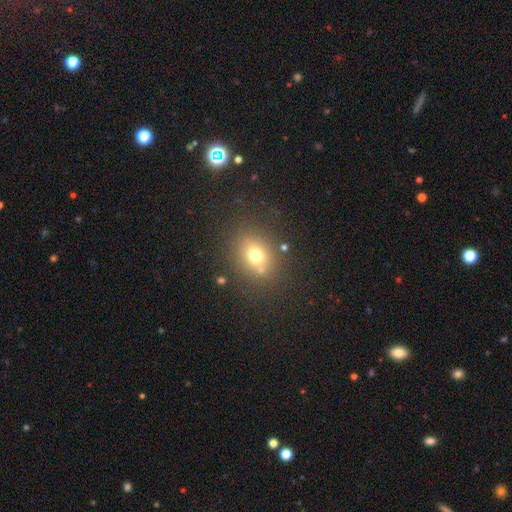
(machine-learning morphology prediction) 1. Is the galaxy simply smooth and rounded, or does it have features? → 70% smooth, 17% star or artifact, 13% featured or disk.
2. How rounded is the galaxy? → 58% round, 41% in between, 1% cigar-shaped.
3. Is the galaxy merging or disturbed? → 77% none, 11% minor disturbance, 6% merger, 5% major disturbance.